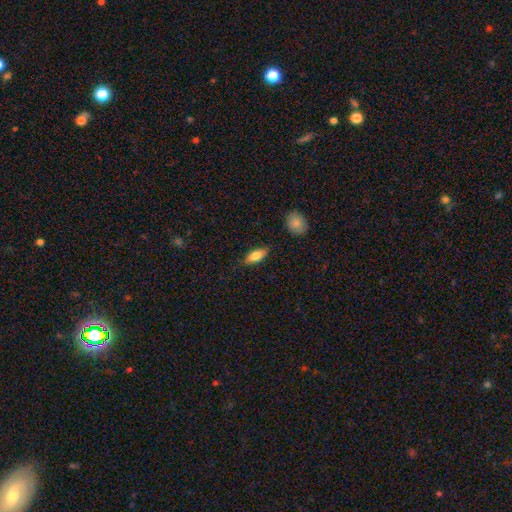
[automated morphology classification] Smooth or featured? smooth (75%)
How rounded? in between (73%)
Merging? none (84%)